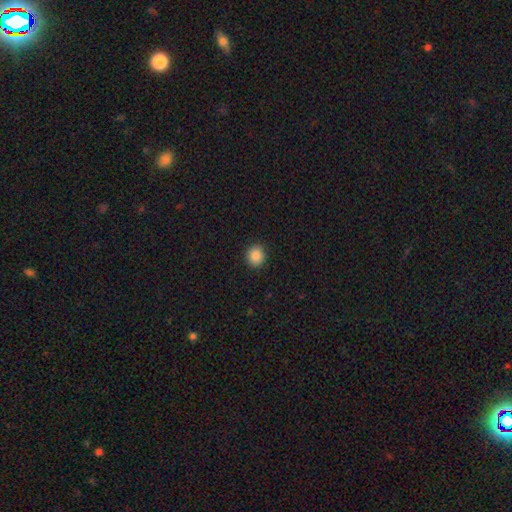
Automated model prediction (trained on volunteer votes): smooth 87%, star or artifact 10%, featured or disk 3%. Down the decision tree: how rounded — round (88%); merging — none (91%).